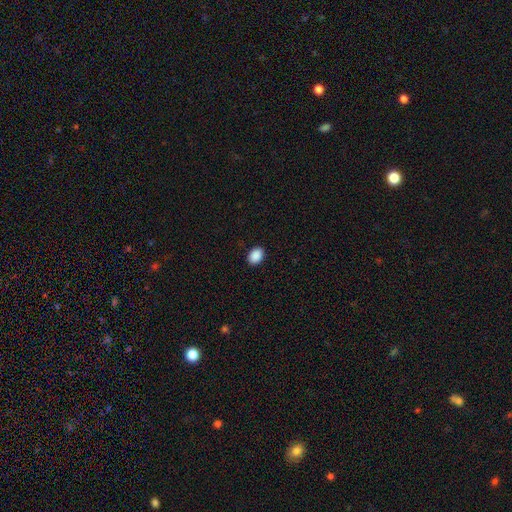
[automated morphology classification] Smooth or featured? smooth (90%)
How rounded? in between (73%)
Merging? none (90%)